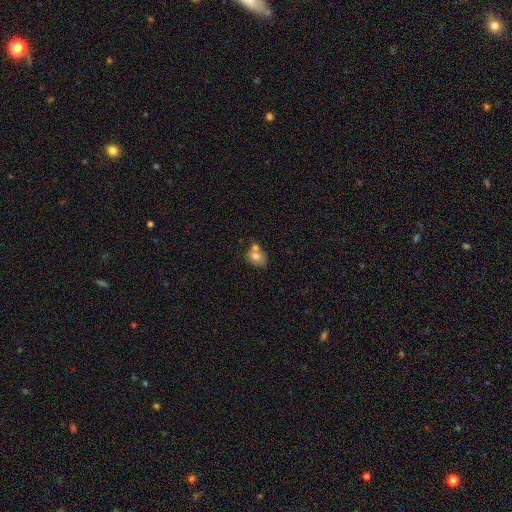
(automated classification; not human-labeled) A smooth galaxy with no disk features (71%) that is in between round and cigar-shaped (52%). Merging: merger (43%).